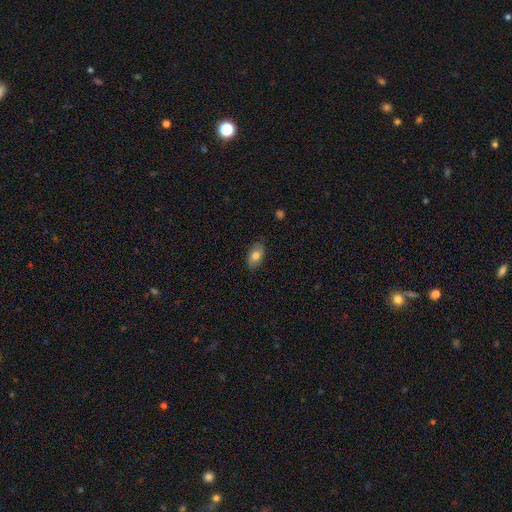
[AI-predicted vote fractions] Smooth or featured?
  - smooth: 79% *
  - featured or disk: 14%
  - star or artifact: 7%
How rounded?
  - in between: 91% *
  - round: 6%
  - cigar-shaped: 2%
Merging?
  - none: 85% *
  - minor disturbance: 12%
  - major disturbance: 2%
  - merger: 1%